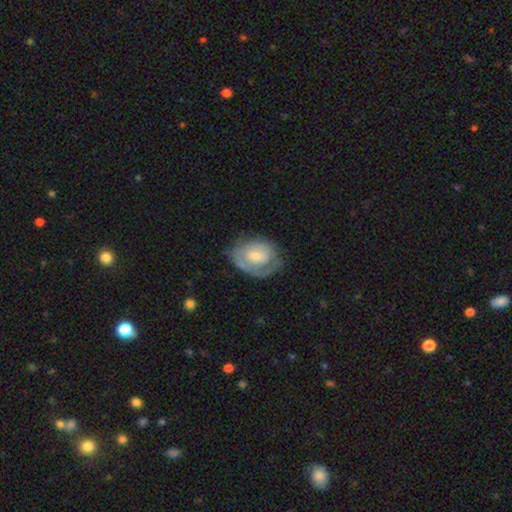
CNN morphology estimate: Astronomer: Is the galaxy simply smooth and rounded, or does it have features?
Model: featured or disk — 56% (runner-up: smooth, 38%).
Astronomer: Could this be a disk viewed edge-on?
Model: no — 96%.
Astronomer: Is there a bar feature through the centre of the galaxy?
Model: no — 63%.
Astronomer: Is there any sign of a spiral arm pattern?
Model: yes — 61% (runner-up: no, 39%).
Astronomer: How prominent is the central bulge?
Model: small — 50% (runner-up: moderate, 37%).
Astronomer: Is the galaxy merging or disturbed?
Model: none — 54%.